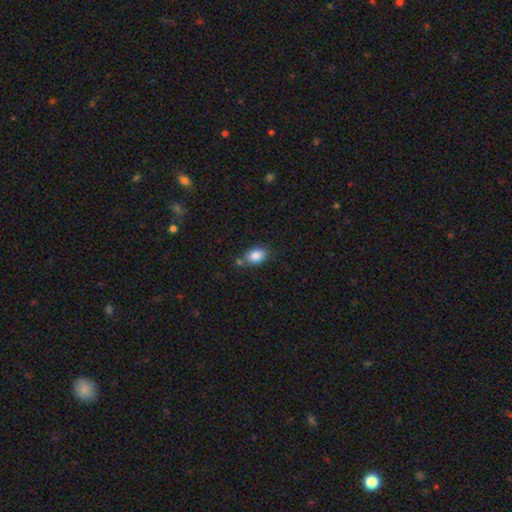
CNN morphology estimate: Smooth or featured: smooth — 85% (star or artifact — 9%)
How rounded: in between — 81% (round — 17%)
Merging: none — 70% (minor disturbance — 15%)